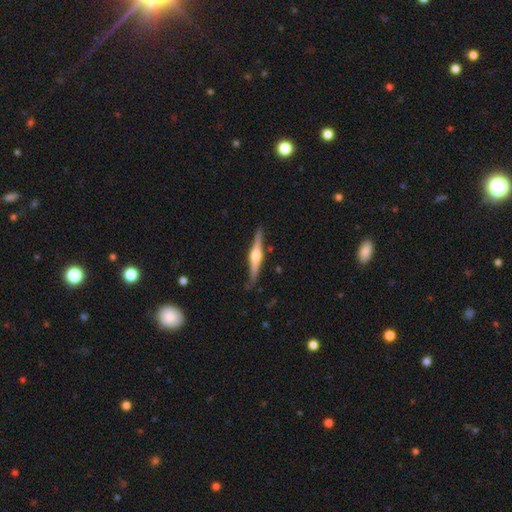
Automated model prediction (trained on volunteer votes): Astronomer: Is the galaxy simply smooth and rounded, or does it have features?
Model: featured or disk — 75%.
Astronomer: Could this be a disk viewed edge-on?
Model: yes — 98%.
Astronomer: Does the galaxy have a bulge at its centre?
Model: rounded — 93%.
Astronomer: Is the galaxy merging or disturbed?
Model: none — 86%.